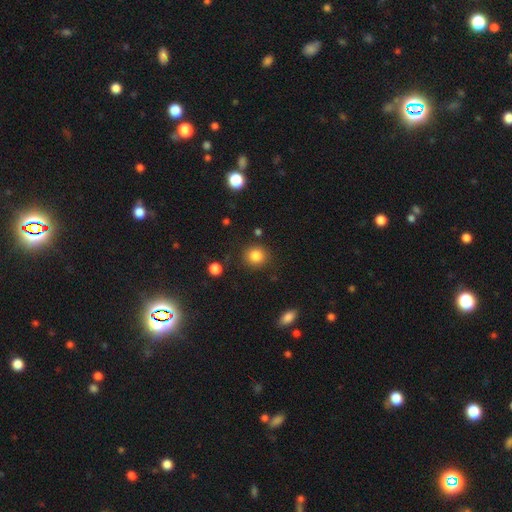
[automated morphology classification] A smooth galaxy with no disk features (85%) that is round (88%).

Vote fractions:
- Smooth or featured? smooth: 85% / star or artifact: 11% / featured or disk: 5%
- How rounded? round: 88% / in between: 11% / cigar-shaped: 1%
- Merging? none: 87% / minor disturbance: 8% / major disturbance: 3% / merger: 2%